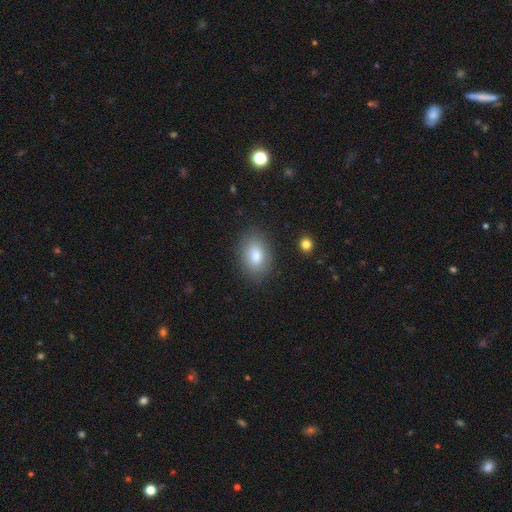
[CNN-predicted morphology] Smooth or featured?
  - smooth: 80% *
  - featured or disk: 11%
  - star or artifact: 9%
How rounded?
  - in between: 79% *
  - round: 20%
  - cigar-shaped: 1%
Merging?
  - none: 85% *
  - minor disturbance: 10%
  - major disturbance: 3%
  - merger: 1%